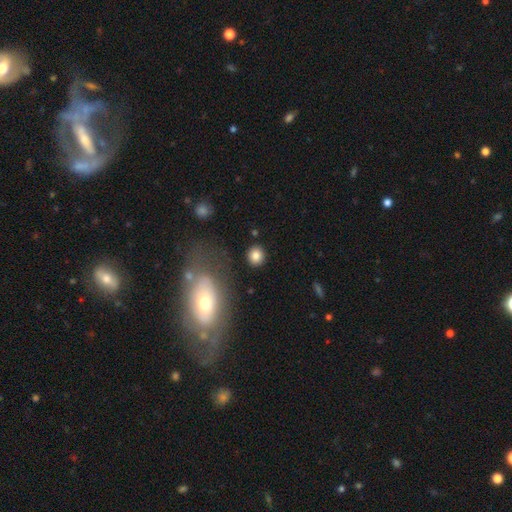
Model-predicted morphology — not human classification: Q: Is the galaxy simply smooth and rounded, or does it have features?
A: smooth — 83%.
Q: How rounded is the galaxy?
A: round — 85%.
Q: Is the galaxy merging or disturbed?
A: none — 87%.